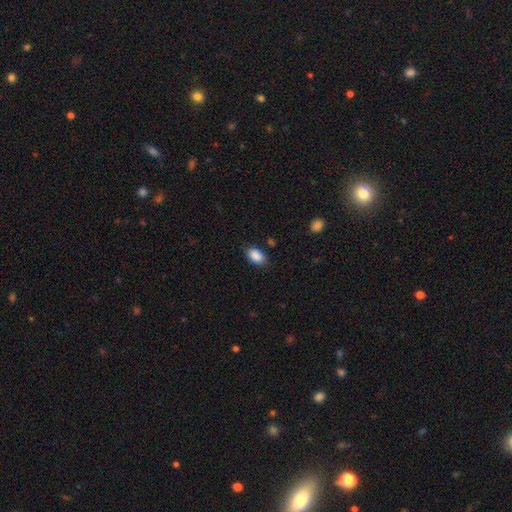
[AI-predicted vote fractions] smooth 89%, star or artifact 7%, featured or disk 4%. Down the decision tree: how rounded — in between (91%); merging — none (84%).